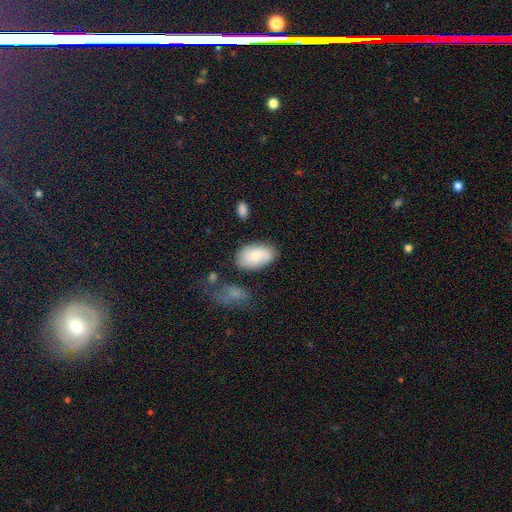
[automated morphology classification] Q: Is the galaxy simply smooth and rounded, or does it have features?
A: smooth — 63%.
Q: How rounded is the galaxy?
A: in between — 91%.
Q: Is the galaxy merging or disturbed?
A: none — 69%.